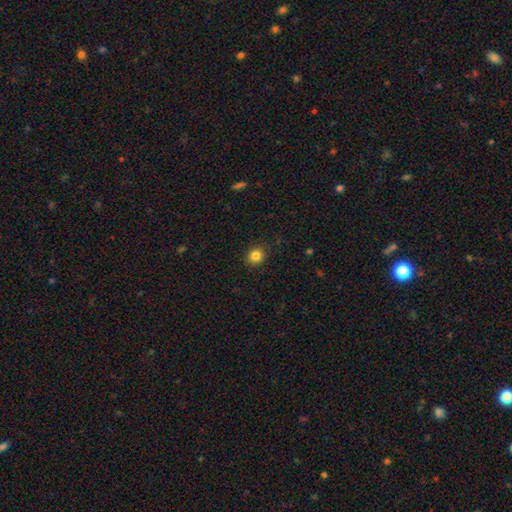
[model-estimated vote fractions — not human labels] Overall: smooth (83%). How rounded: round (83%). Merging: none (89%).